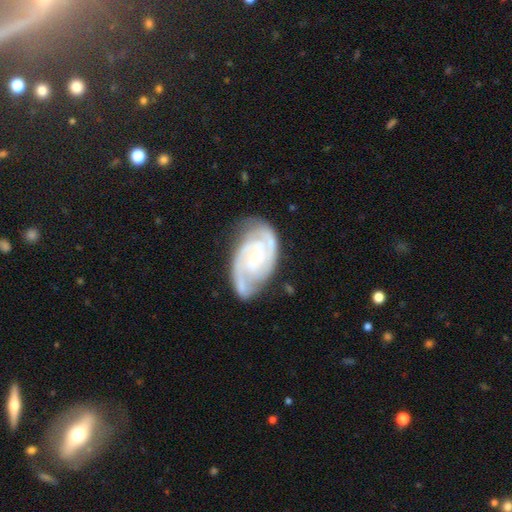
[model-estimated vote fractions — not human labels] Smooth or featured? Predicted: featured or disk (p=0.90). Edge-on disk? Predicted: no (p=0.97). Bar? Predicted: no (p=0.58). Spiral arms? Predicted: yes (p=0.98). Spiral winding? Predicted: tight (p=0.61). Spiral arm count? Predicted: 2 (p=0.71). Bulge size? Predicted: small (p=0.73). Merging? Predicted: none (p=0.71).